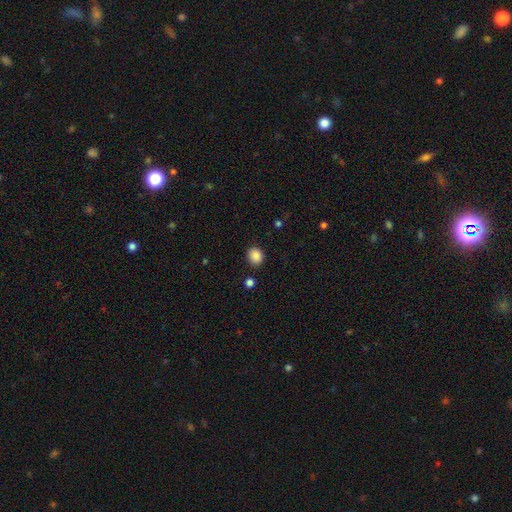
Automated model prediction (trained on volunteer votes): Q: Smooth or featured?
A: smooth (88%); runner-up: star or artifact (9%)
Q: How rounded?
A: round (68%); runner-up: in between (31%)
Q: Merging?
A: none (87%); runner-up: minor disturbance (9%)